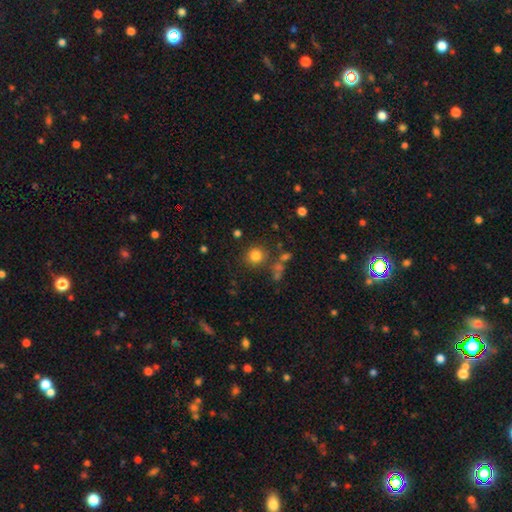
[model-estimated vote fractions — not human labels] Smooth or featured? smooth (81%)
How rounded? round (90%)
Merging? none (80%)